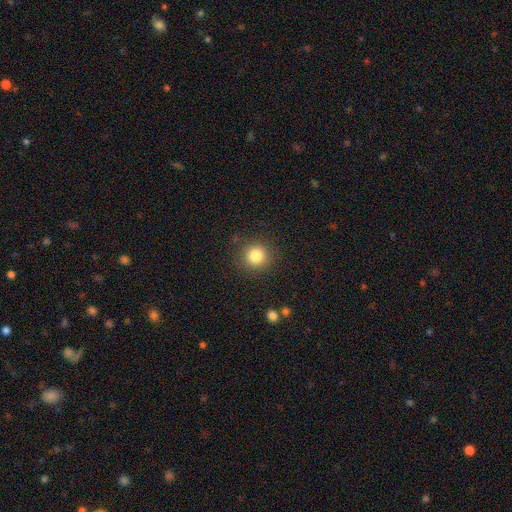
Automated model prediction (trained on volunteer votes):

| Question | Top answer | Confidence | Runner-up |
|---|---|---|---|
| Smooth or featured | smooth | 83% | star or artifact (11%) |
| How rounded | round | 93% | in between (6%) |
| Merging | none | 88% | minor disturbance (8%) |